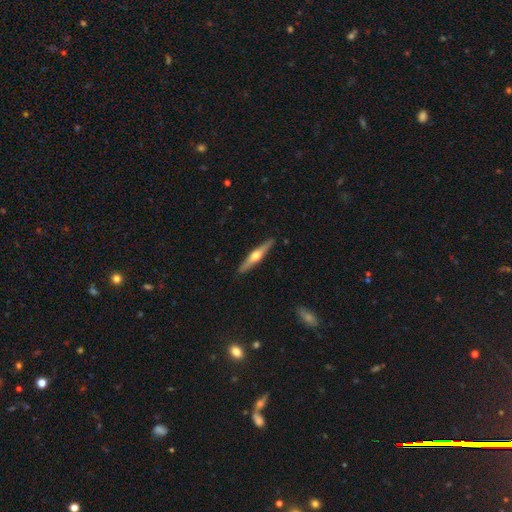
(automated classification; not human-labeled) Overall: featured or disk (67%; smooth 28%). Edge-on disk: yes (97%). Edge-on bulge: rounded (94%). Merging: none (91%).